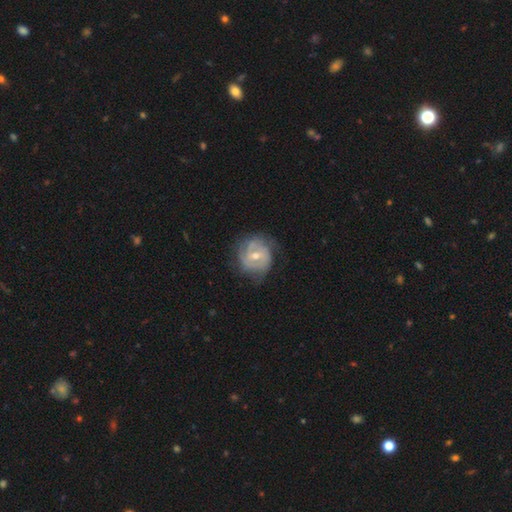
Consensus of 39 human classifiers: Morphology: type=featured or disk (85%); edge-on=no (100%); bar=weak (61%); spiral arms=yes (100%); winding=tight (79%); arm count=2 (52%); bulge=moderate (85%); merging=none (74%).